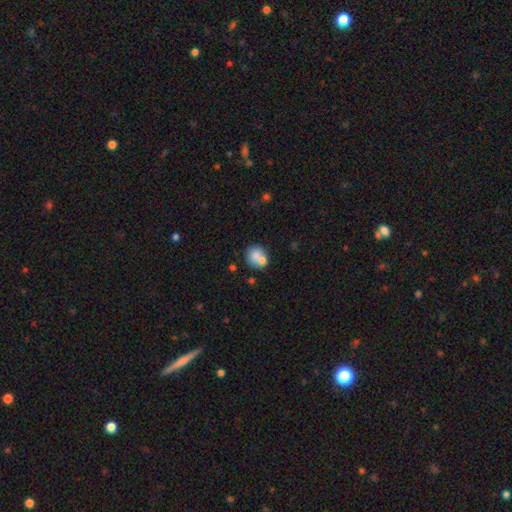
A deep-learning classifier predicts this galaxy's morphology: This is likely a smooth galaxy (75%). How rounded: likely round (73%). Merging: possibly none (47%).